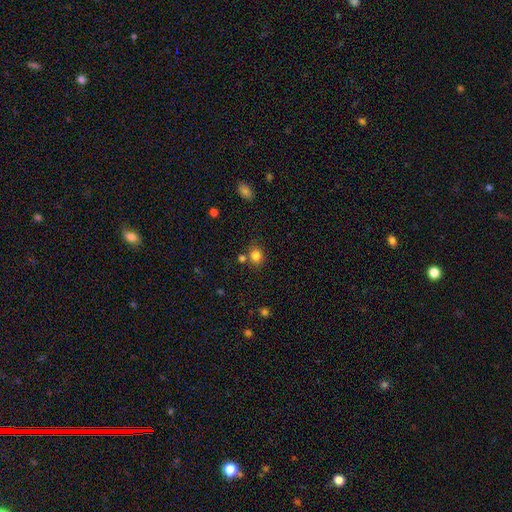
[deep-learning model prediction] smooth_or_featured: smooth (p=0.82) [alt: star or artifact p=0.12]
how_rounded: round (p=0.68) [alt: in between p=0.31]
merging: none (p=0.70) [alt: merger p=0.15]